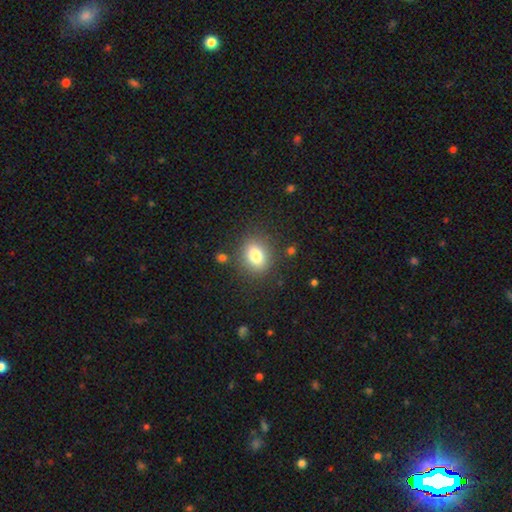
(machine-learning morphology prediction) The model was most divided on "how rounded": in between: 54%, round: 45%, cigar-shaped: 1%. More confident: merging — none (83%); smooth or featured — smooth (81%).